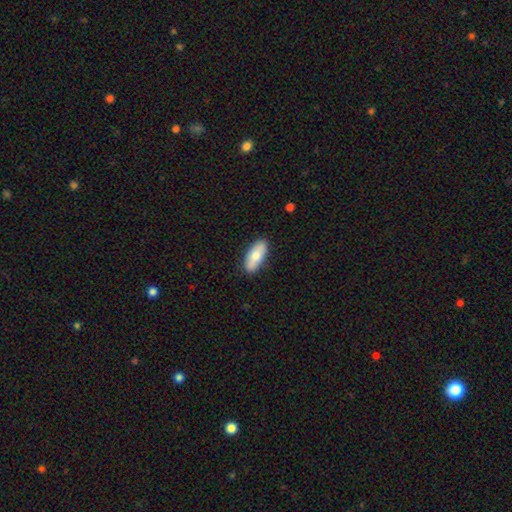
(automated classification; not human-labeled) Smooth or featured: smooth — 73% (featured or disk — 21%)
How rounded: in between — 83% (cigar-shaped — 14%)
Merging: none — 88% (minor disturbance — 9%)